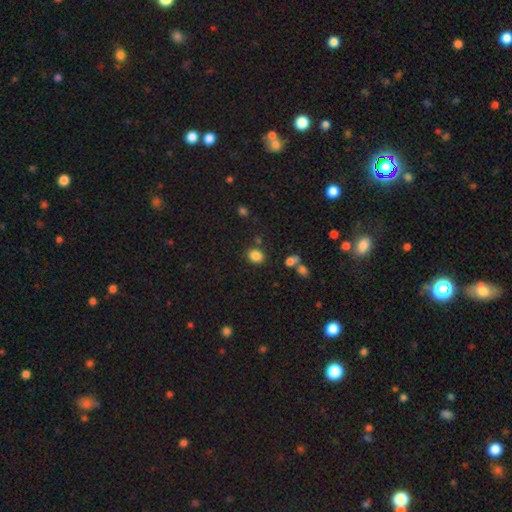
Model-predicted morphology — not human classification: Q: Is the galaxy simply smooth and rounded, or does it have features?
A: smooth — 85%.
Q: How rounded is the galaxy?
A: in between — 52%.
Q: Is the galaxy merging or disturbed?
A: none — 78%.